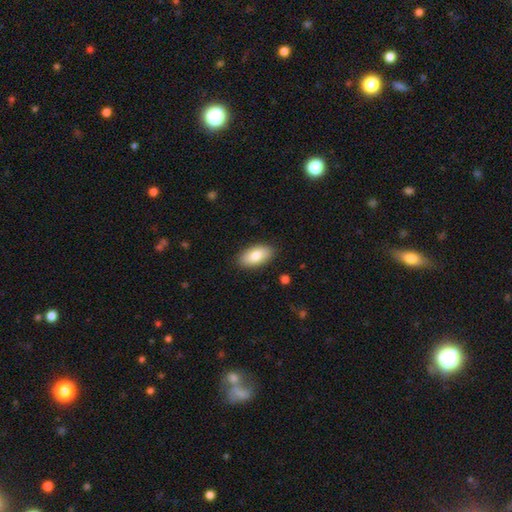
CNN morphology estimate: smooth 83%, featured or disk 11%, star or artifact 6%. Down the decision tree: how rounded — in between (94%); merging — none (88%).